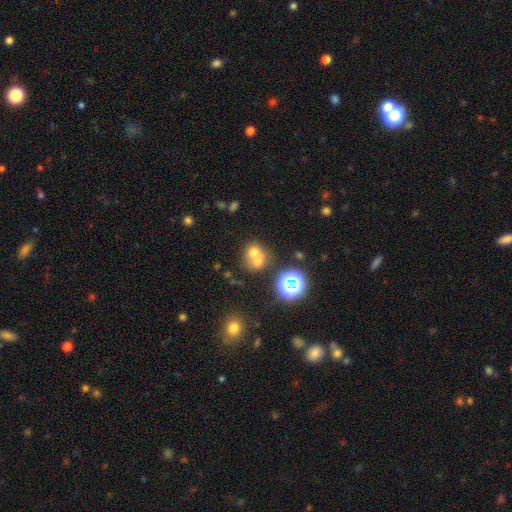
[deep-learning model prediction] Overall: smooth (59%; featured or disk 21%). How rounded: round (72%). Merging: merger (57%; none 31%).